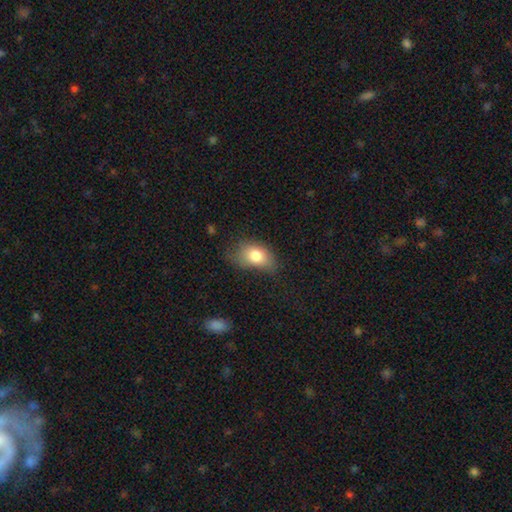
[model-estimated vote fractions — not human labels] Q: Smooth or featured?
A: smooth (80%); runner-up: featured or disk (12%)
Q: How rounded?
A: in between (84%); runner-up: round (14%)
Q: Merging?
A: none (45%); runner-up: minor disturbance (36%)